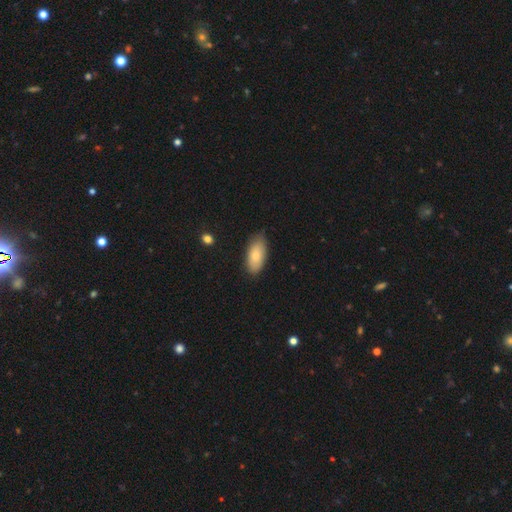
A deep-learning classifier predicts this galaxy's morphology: Smooth or featured? smooth (81%)
How rounded? in between (92%)
Merging? none (77%)